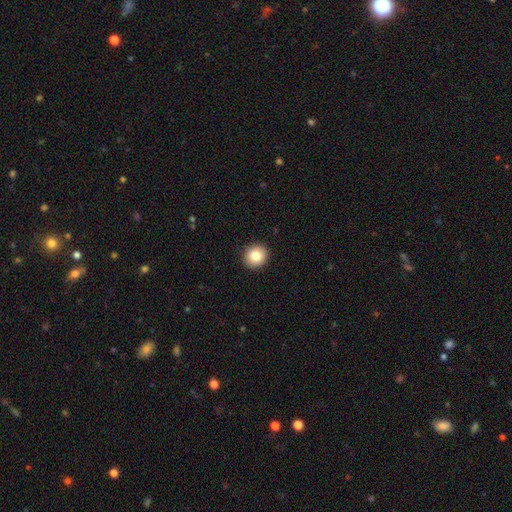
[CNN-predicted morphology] smooth-or-featured: smooth: 84% | star or artifact: 9% | featured or disk: 7%
  how-rounded: round: 90% | in between: 9% | cigar-shaped: 1%
  merging: none: 92% | minor disturbance: 5% | major disturbance: 2% | merger: 1%